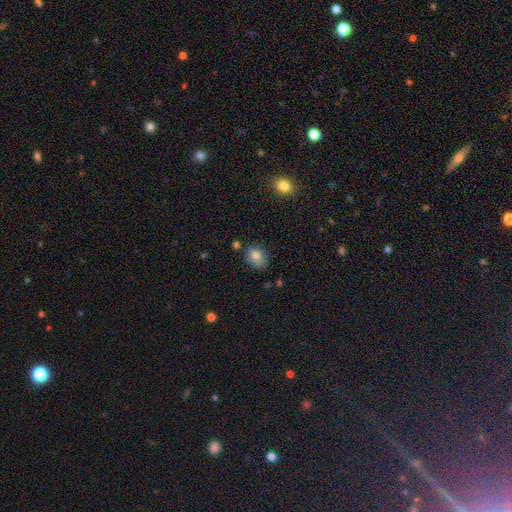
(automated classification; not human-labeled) Overall: smooth (81%). How rounded: in between (60%; round 39%). Merging: none (72%).